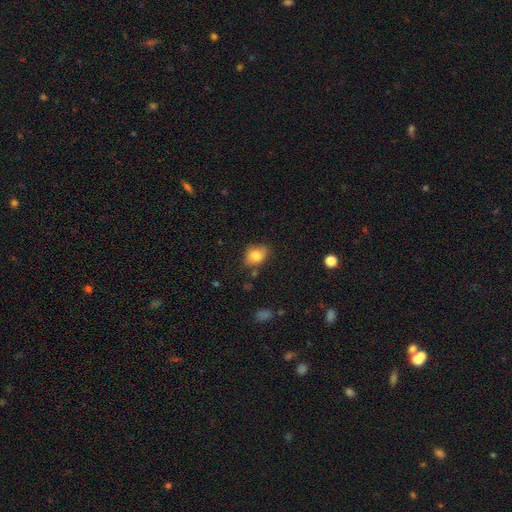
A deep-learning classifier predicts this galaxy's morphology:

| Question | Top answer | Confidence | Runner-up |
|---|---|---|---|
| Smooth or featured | smooth | 81% | featured or disk (10%) |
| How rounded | in between | 61% | round (38%) |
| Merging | none | 70% | minor disturbance (22%) |